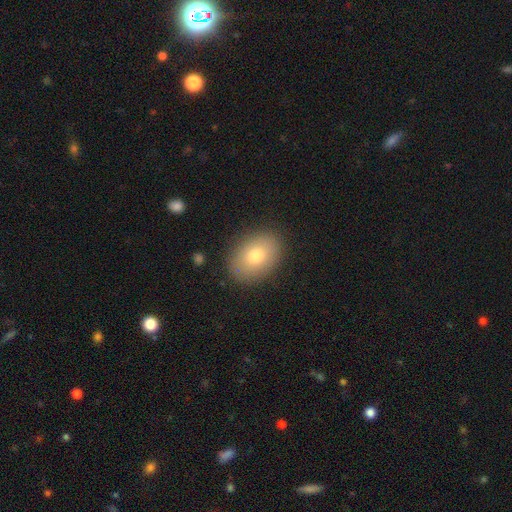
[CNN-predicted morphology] smooth_or_featured: smooth (p=0.76) [alt: featured or disk p=0.16]
how_rounded: in between (p=0.77) [alt: round p=0.22]
merging: none (p=0.87) [alt: minor disturbance p=0.09]